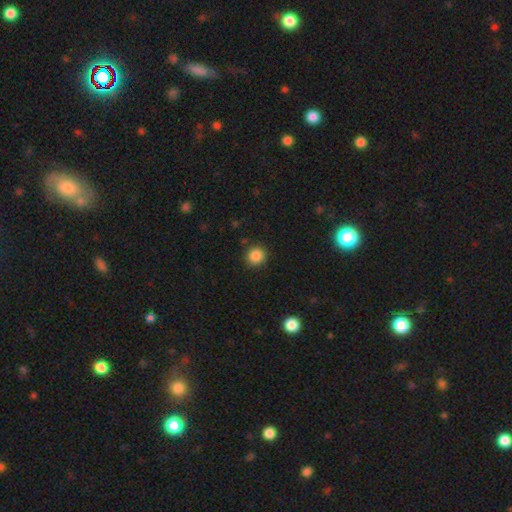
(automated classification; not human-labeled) This is clearly a smooth galaxy (86%). How rounded: clearly round (90%). Merging: clearly none (88%).